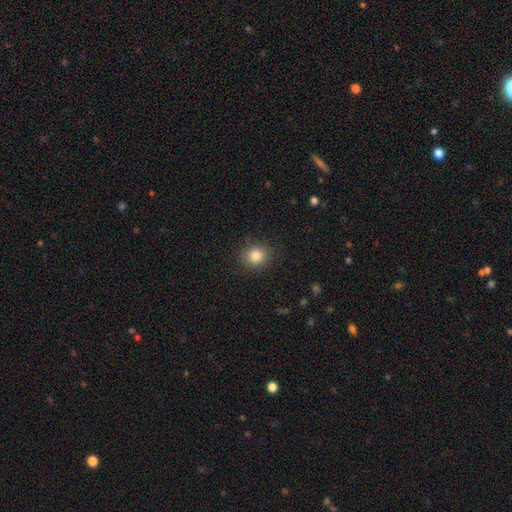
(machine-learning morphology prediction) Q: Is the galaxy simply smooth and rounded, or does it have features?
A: smooth — 83%.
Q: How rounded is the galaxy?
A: round — 80%.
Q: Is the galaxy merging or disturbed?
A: none — 88%.